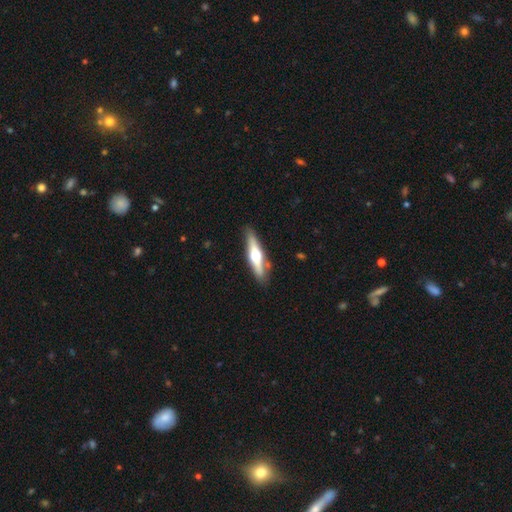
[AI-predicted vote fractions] This appears to be a featured or disk galaxy (63%) viewed edge-on (95%) with a rounded central bulge (95%). Merging: none (85%).